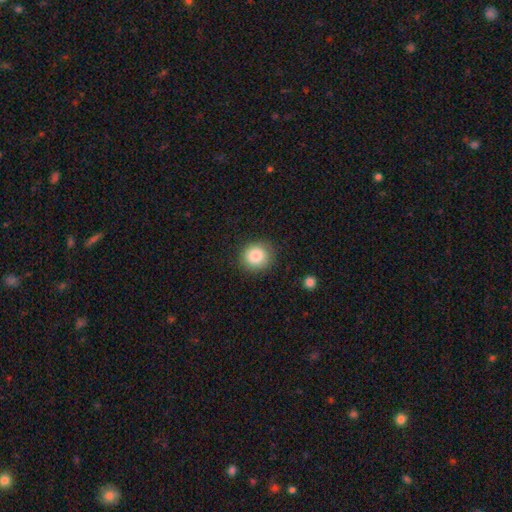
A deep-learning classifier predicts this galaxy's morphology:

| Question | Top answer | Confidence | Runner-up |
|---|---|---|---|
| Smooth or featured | smooth | 86% | star or artifact (9%) |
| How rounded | round | 86% | in between (14%) |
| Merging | none | 87% | minor disturbance (9%) |